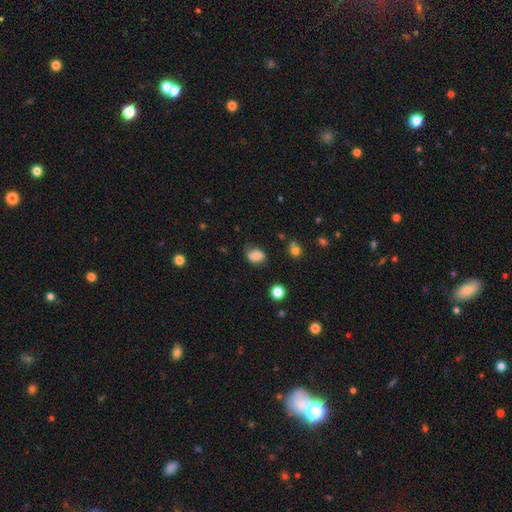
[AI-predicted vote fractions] This appears to be a smooth galaxy with no disk features (81%) that is in between round and cigar-shaped (67%). Merging: none (67%).